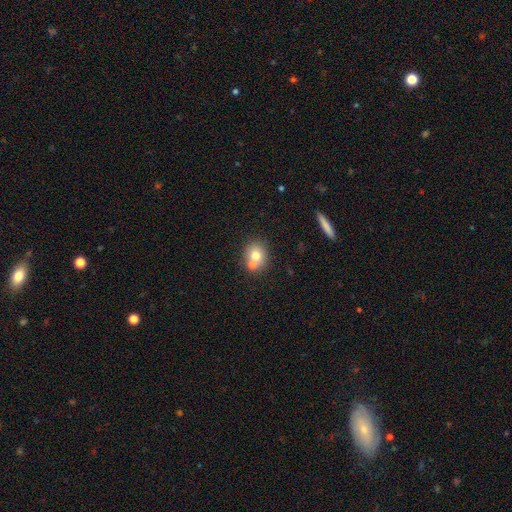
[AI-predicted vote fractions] Smooth or featured? smooth (73%)
How rounded? round (75%)
Merging? none (53%)